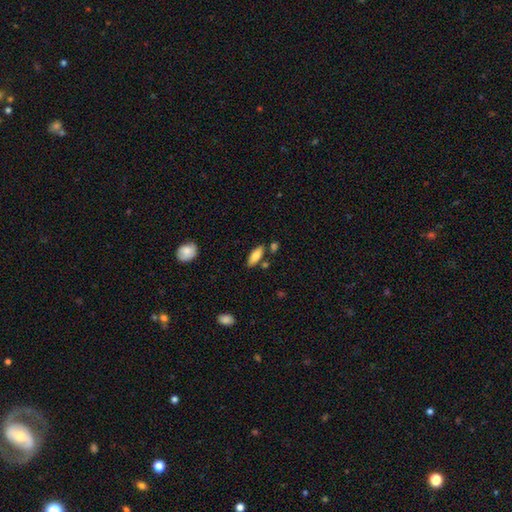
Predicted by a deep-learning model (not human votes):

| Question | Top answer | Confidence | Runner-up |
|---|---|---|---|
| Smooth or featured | smooth | 76% | featured or disk (18%) |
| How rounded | in between | 68% | cigar-shaped (30%) |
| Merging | none | 77% | minor disturbance (13%) |